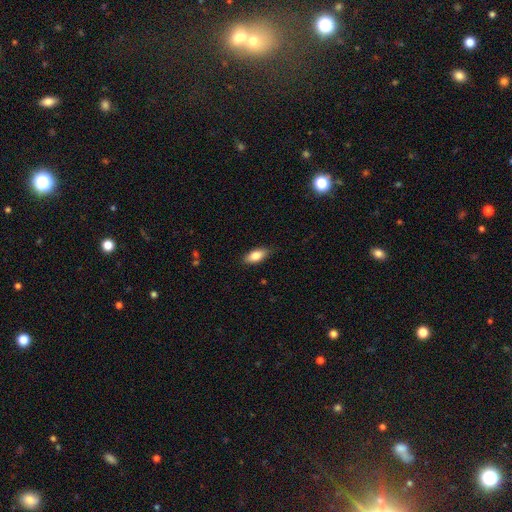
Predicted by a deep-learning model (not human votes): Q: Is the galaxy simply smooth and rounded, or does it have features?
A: smooth — 81%.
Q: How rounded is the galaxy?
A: in between — 84%.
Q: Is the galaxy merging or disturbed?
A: none — 85%.